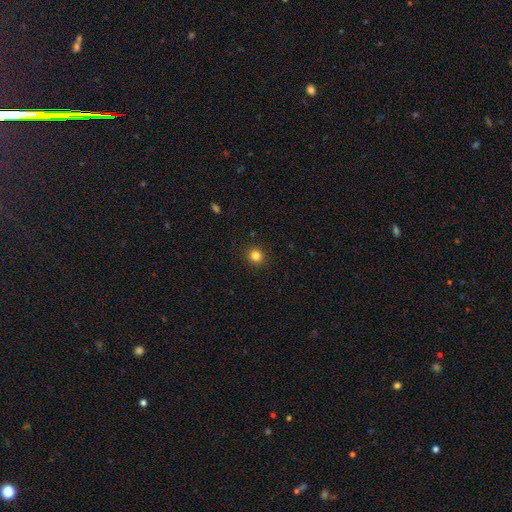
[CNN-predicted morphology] This appears to be a smooth galaxy with no disk features (83%) that is round (91%). Merging: none (92%).